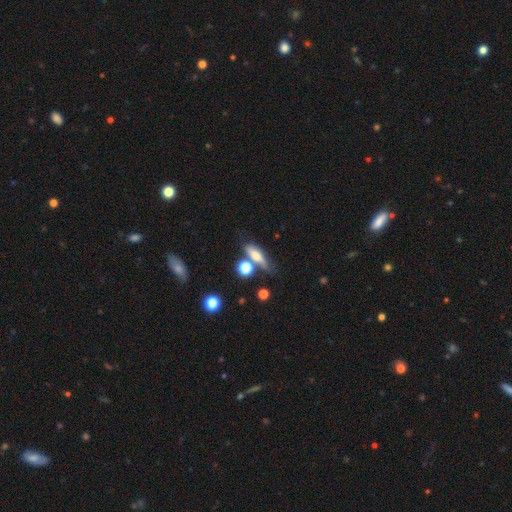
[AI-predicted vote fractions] smooth 63%, featured or disk 26%, star or artifact 11%. Down the decision tree: how rounded — cigar-shaped (45%, tied with in between); merging — none (54%).